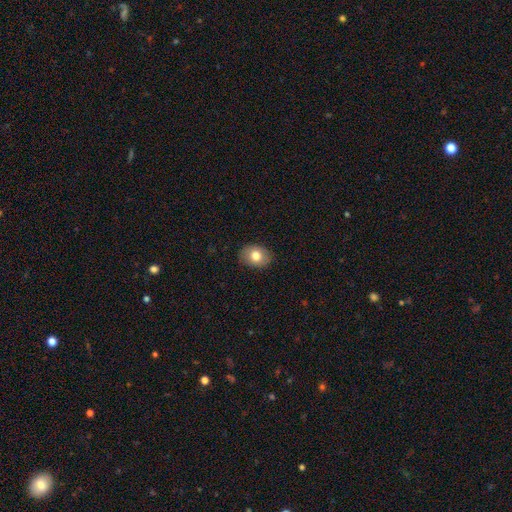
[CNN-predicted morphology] smooth-or-featured: smooth: 79% | featured or disk: 13% | star or artifact: 9%
  how-rounded: in between: 63% | round: 36% | cigar-shaped: 1%
  merging: none: 87% | minor disturbance: 10% | major disturbance: 2% | merger: 1%